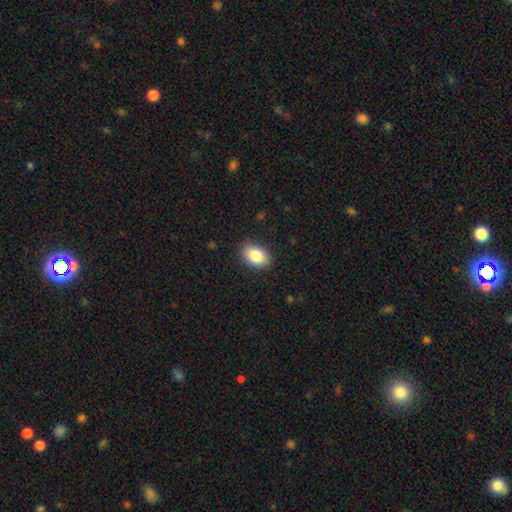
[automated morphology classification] Smooth or featured? Predicted: smooth (p=0.85). How rounded? Predicted: in between (p=0.85). Merging? Predicted: none (p=0.87).